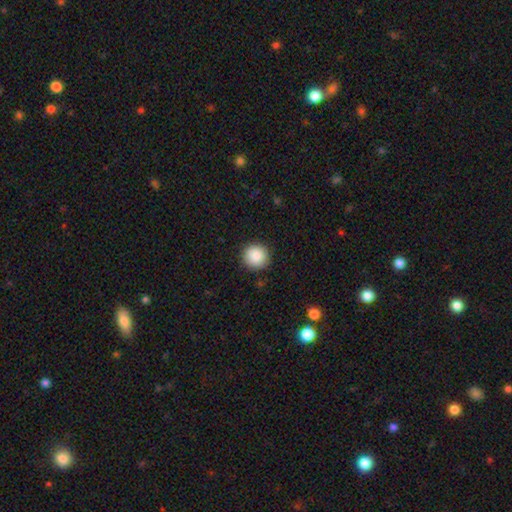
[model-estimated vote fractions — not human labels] This appears to be a smooth galaxy with no disk features (89%) that is round (95%). Merging: none (90%).